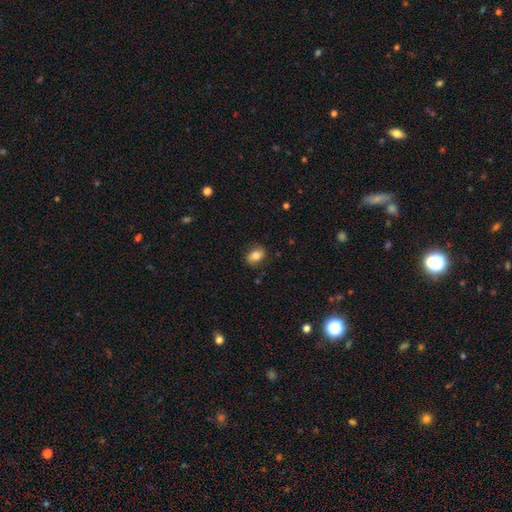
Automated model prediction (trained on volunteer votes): Morphology: type=smooth (79%); roundness=in between (77%); merging=none (82%).